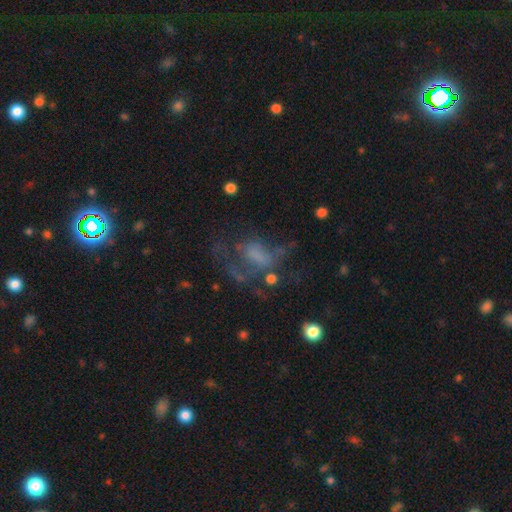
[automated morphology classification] smooth-or-featured: featured or disk: 51% | smooth: 31% | star or artifact: 19%
  disk-edge-on: no: 97% | yes: 3%
  merging: major disturbance: 48% | none: 29% | minor disturbance: 17% | merger: 7%